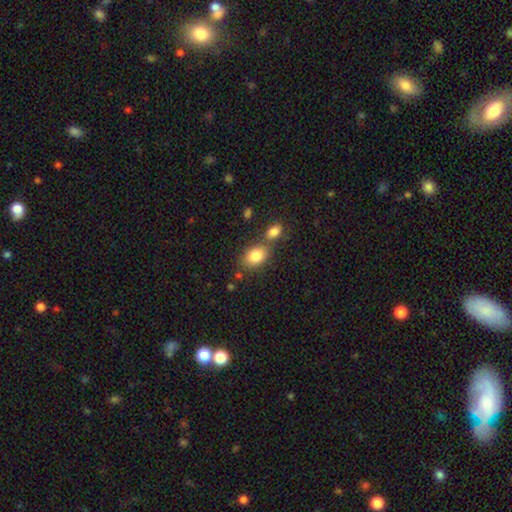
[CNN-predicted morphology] Smooth or featured? smooth (83%)
How rounded? in between (77%)
Merging? none (57%)